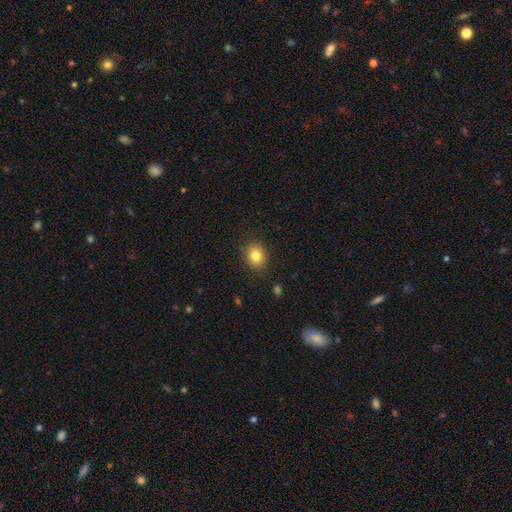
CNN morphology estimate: Smooth or featured: smooth — 82% (star or artifact — 10%)
How rounded: round — 59% (in between — 41%)
Merging: none — 87% (minor disturbance — 9%)